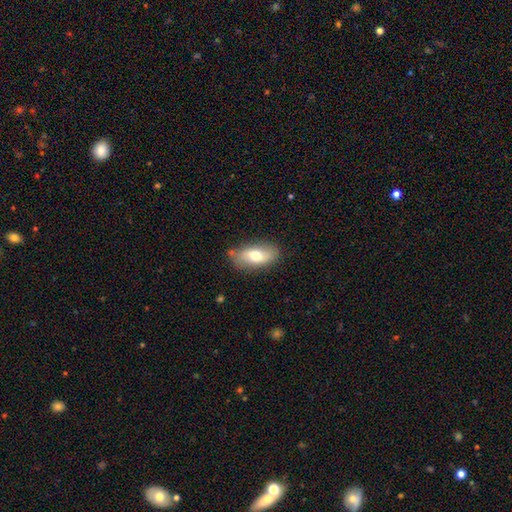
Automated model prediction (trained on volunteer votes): This is likely a smooth galaxy (67%). How rounded: clearly in between (87%). Merging: likely none (77%).